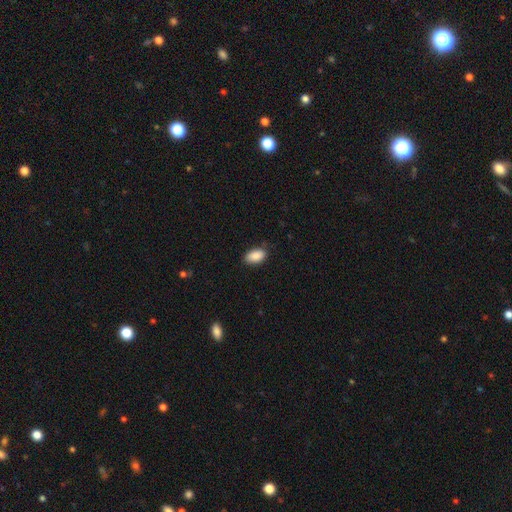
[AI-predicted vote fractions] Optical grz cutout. It shows a smooth galaxy with no disk features (89%) that is in between round and cigar-shaped (93%). Merging: none (80%).